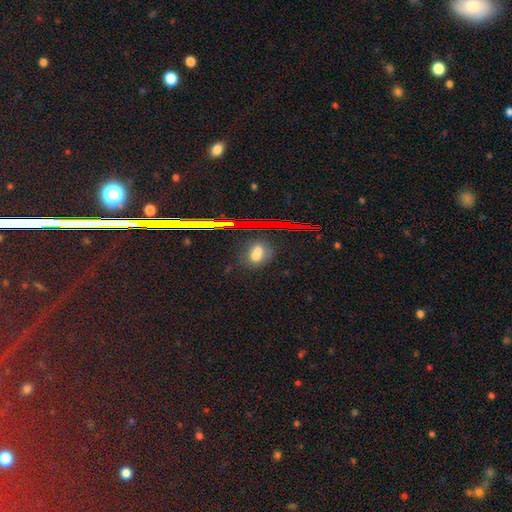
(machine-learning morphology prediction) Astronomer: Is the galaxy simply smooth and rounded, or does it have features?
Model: smooth — 59%.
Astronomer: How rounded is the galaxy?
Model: in between — 60%.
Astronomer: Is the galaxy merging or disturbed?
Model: none — 65%.